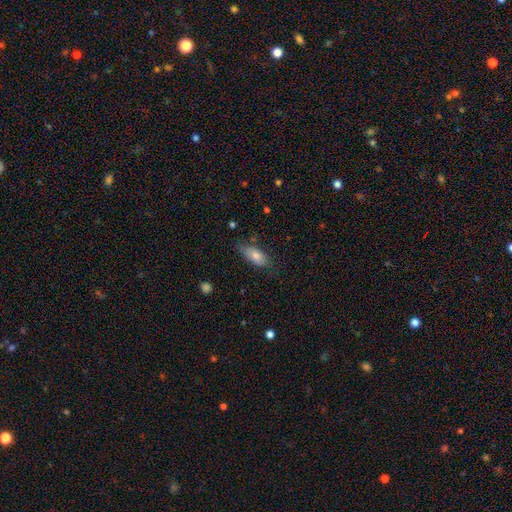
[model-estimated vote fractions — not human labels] Smooth or featured? Predicted: smooth (p=0.72). How rounded? Predicted: in between (p=0.83). Merging? Predicted: none (p=0.73).